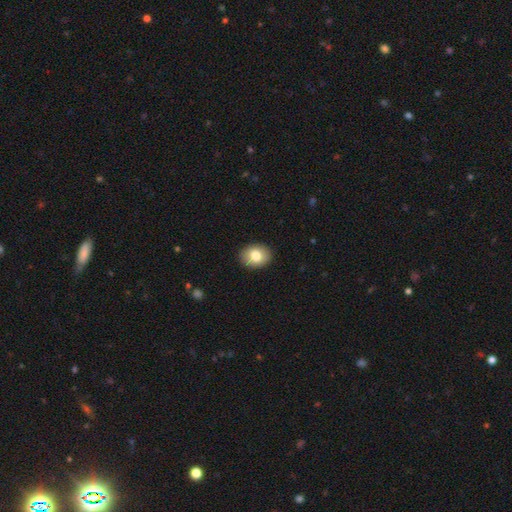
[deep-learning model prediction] This is clearly a smooth galaxy (81%). How rounded: likely in between (63%). Merging: clearly none (90%).